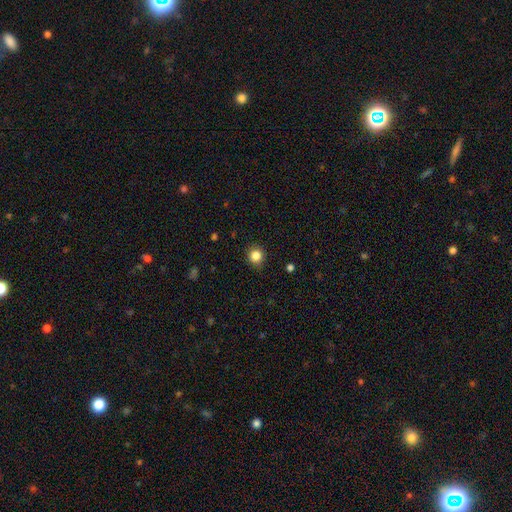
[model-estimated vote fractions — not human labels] Overall: smooth (84%). How rounded: round (92%). Merging: none (90%).